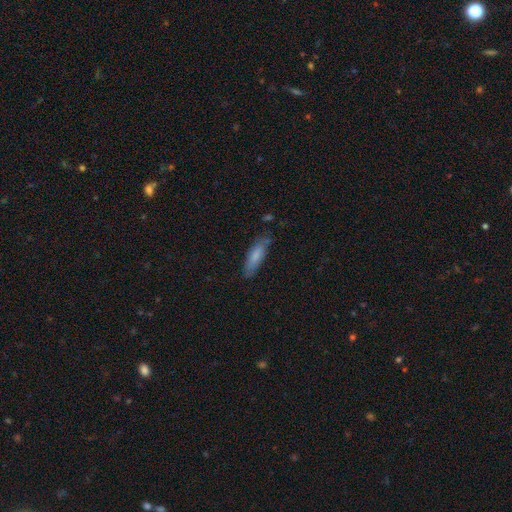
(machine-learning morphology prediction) Overall: smooth (77%). How rounded: cigar-shaped (56%; in between 42%). Merging: none (71%).